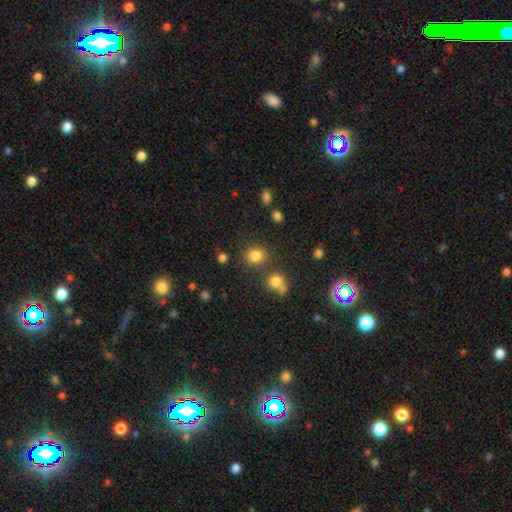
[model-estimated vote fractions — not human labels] smooth_or_featured: smooth (p=0.81) [alt: star or artifact p=0.13]
how_rounded: round (p=0.82) [alt: in between p=0.17]
merging: none (p=0.77) [alt: merger p=0.10]